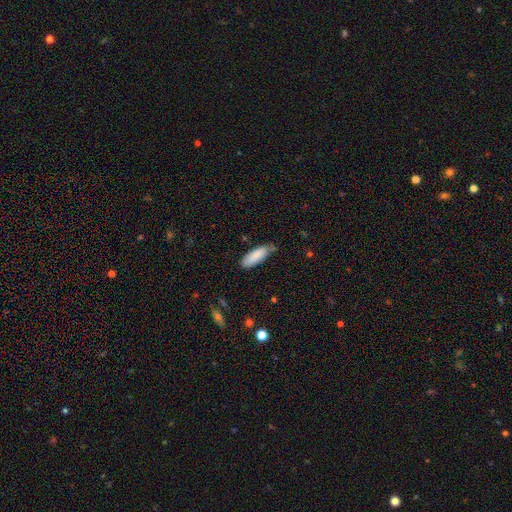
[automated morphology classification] A smooth galaxy with no disk features (86%) that is in between round and cigar-shaped (65%).

Vote fractions:
- Smooth or featured? smooth: 86% / featured or disk: 8% / star or artifact: 6%
- How rounded? in between: 65% / cigar-shaped: 34% / round: 1%
- Merging? none: 68% / minor disturbance: 26% / major disturbance: 4% / merger: 3%